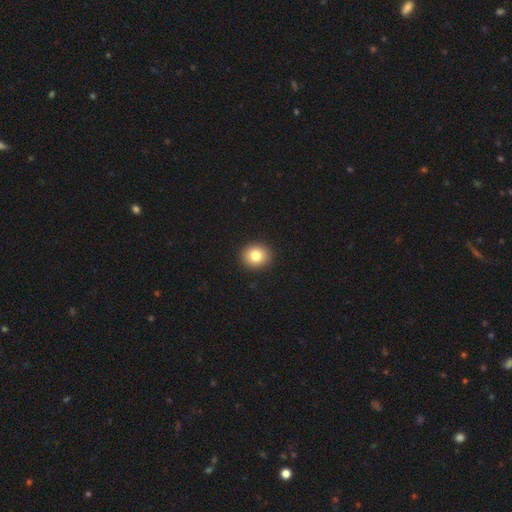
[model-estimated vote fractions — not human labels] Smooth or featured?
  - smooth: 81% *
  - star or artifact: 10%
  - featured or disk: 9%
How rounded?
  - round: 81% *
  - in between: 18%
  - cigar-shaped: 1%
Merging?
  - none: 93% *
  - minor disturbance: 5%
  - major disturbance: 2%
  - merger: 1%